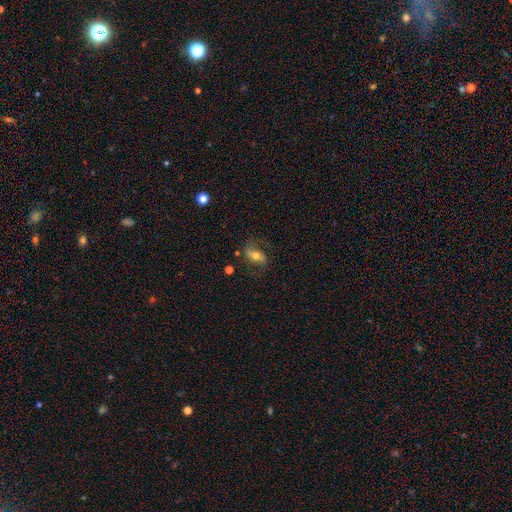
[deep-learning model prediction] smooth 53%, featured or disk 38%, star or artifact 9%. Down the decision tree: how rounded — in between (81%); merging — none (68%).